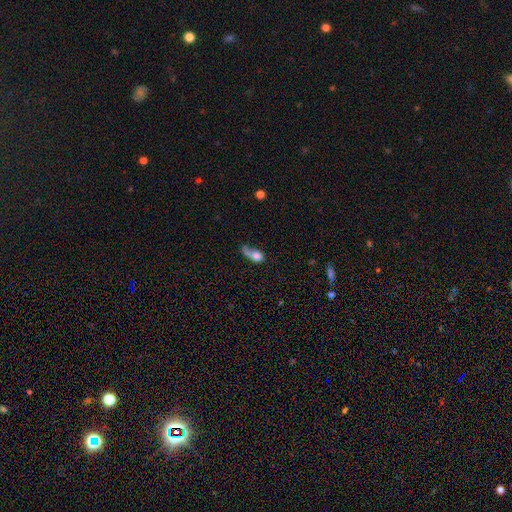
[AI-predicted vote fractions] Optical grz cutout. It shows a smooth galaxy with no disk features (66%) that is in between round and cigar-shaped (59%). Merging: major disturbance (44%).